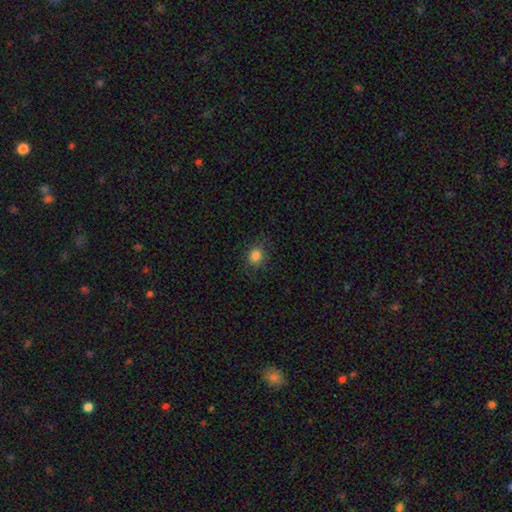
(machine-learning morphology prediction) This appears to be a smooth galaxy with no disk features (84%) that is round (76%). Merging: none (81%).